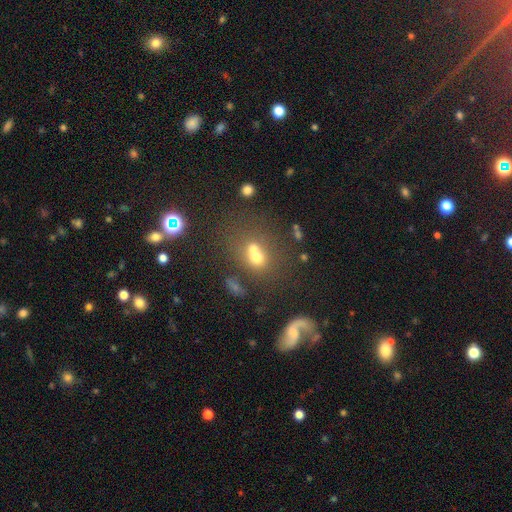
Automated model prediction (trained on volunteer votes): A smooth galaxy with no disk features (53%) that is round (67%).

Vote fractions:
- Smooth or featured? smooth: 53% / featured or disk: 27% / star or artifact: 20%
- How rounded? round: 67% / in between: 32% / cigar-shaped: 2%
- Merging? merger: 46% / none: 36% / minor disturbance: 10% / major disturbance: 8%